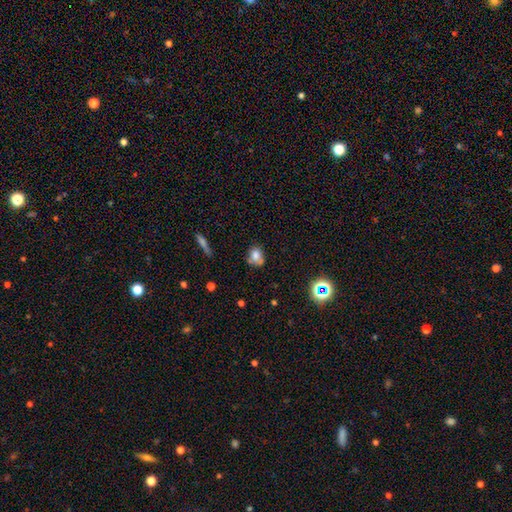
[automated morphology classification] The model was most divided on "how rounded": round: 50%, in between: 49%, cigar-shaped: 2%. More confident: smooth or featured — smooth (73%); merging — none (52%).